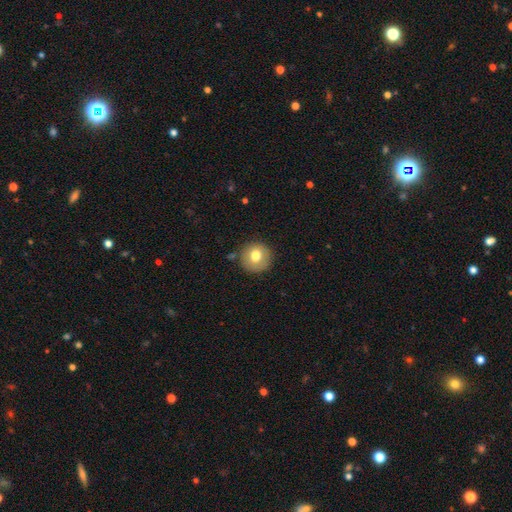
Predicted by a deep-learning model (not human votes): Overall: smooth (75%). How rounded: round (94%). Merging: none (85%).